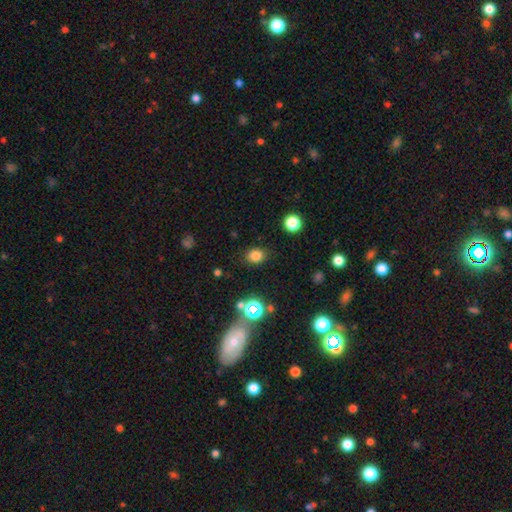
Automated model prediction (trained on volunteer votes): Smooth or featured? smooth (79%)
How rounded? round (51%)
Merging? none (84%)